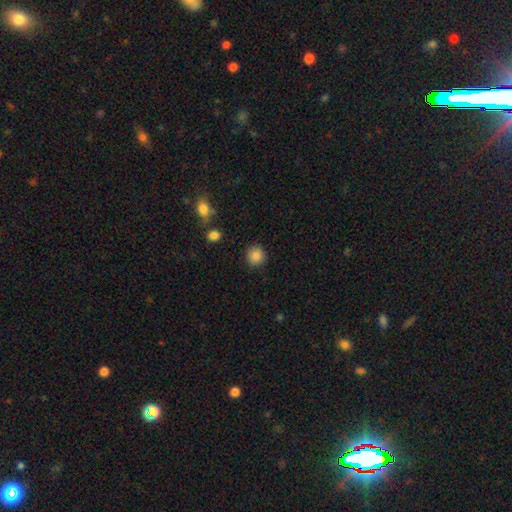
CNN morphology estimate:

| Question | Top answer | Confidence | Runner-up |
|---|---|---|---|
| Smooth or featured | smooth | 86% | star or artifact (10%) |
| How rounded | round | 91% | in between (8%) |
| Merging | none | 90% | minor disturbance (6%) |